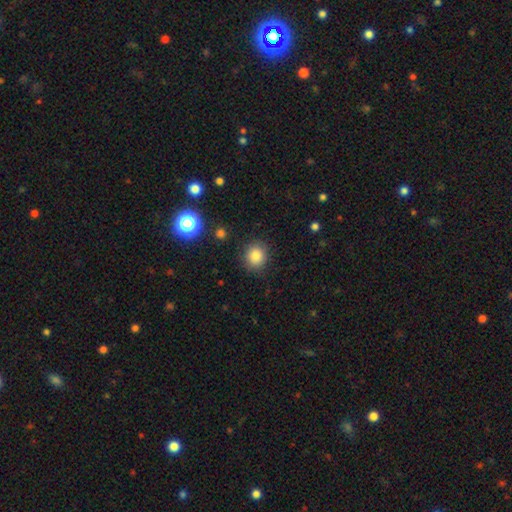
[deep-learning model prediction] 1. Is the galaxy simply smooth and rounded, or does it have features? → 83% smooth, 11% star or artifact, 5% featured or disk.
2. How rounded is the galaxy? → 81% round, 18% in between, 1% cigar-shaped.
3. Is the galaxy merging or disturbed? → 87% none, 9% minor disturbance, 3% major disturbance, 2% merger.